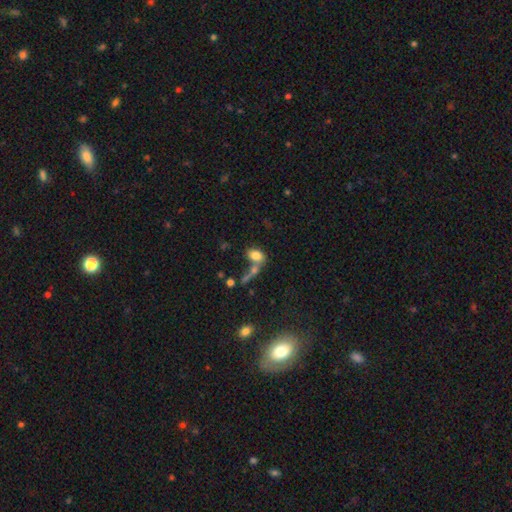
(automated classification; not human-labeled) smooth 79%, featured or disk 11%, star or artifact 9%. Down the decision tree: how rounded — in between (84%); merging — none (41%, tied with merger).